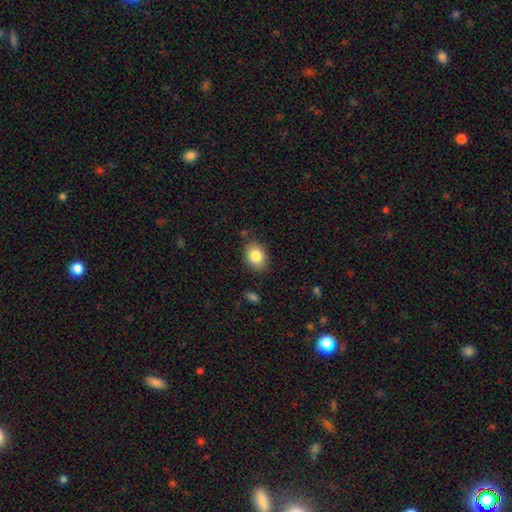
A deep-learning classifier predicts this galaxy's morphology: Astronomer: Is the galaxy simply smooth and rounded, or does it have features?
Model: smooth — 84%.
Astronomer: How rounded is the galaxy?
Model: in between — 72%.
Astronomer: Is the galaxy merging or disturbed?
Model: none — 83%.